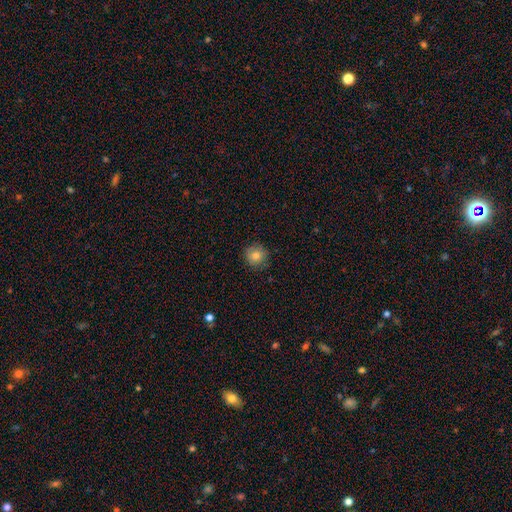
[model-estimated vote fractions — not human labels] smooth_or_featured: smooth (p=0.80) [alt: star or artifact p=0.10]
how_rounded: round (p=0.93) [alt: in between p=0.06]
merging: none (p=0.87) [alt: minor disturbance p=0.10]